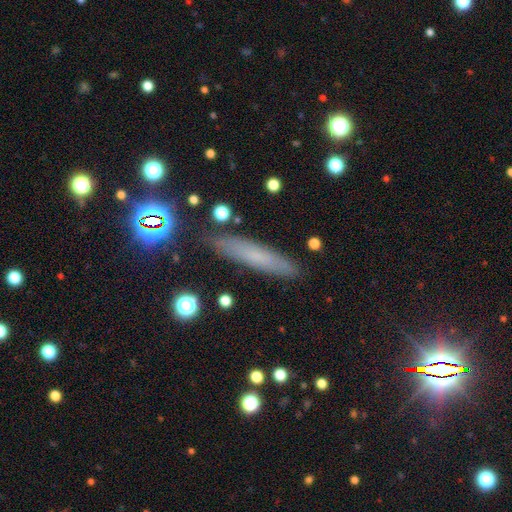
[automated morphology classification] Smooth or featured? smooth (61%)
How rounded? cigar-shaped (87%)
Merging? none (87%)